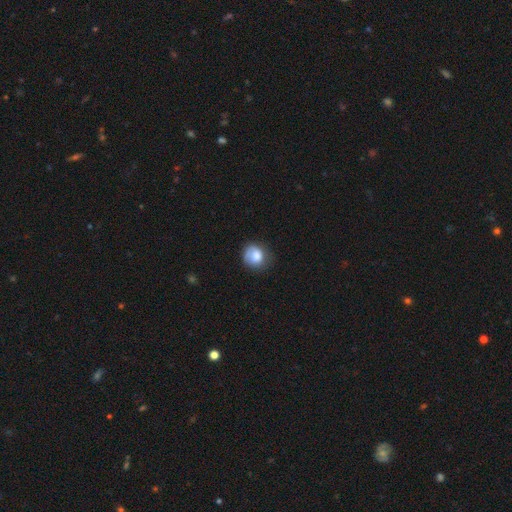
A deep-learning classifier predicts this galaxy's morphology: Overall: smooth (76%). How rounded: round (75%). Merging: none (60%; minor disturbance 27%).